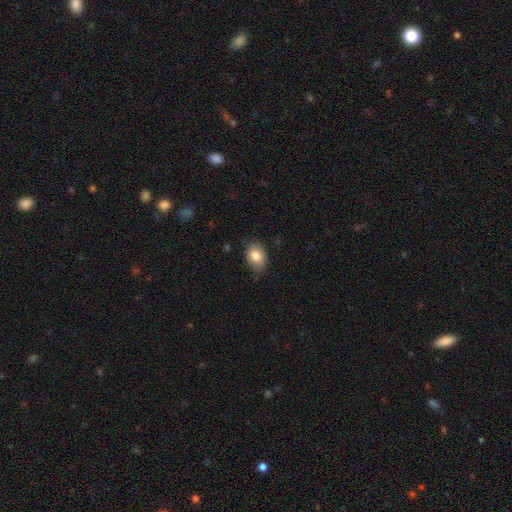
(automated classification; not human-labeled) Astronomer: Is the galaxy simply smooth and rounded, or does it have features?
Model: smooth — 84%.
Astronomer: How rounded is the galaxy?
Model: in between — 72%.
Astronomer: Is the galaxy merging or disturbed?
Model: none — 77%.